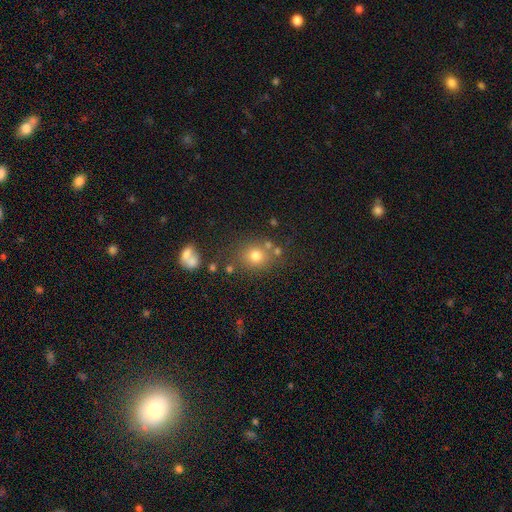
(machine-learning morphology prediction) type=smooth (73%); roundness=round (78%); merging=none (71%).